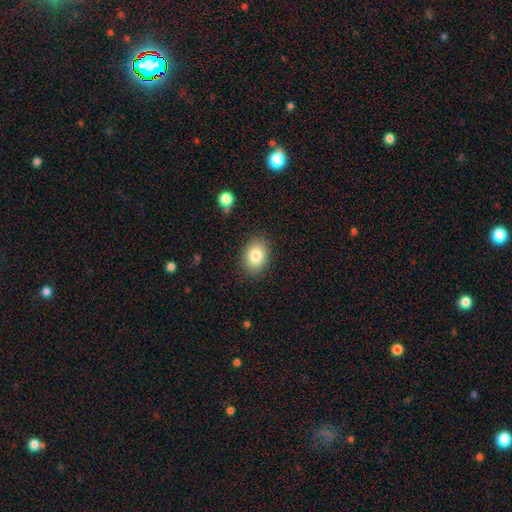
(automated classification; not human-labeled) A smooth galaxy with no disk features (82%) that is in between round and cigar-shaped (75%). Merging: none (87%).